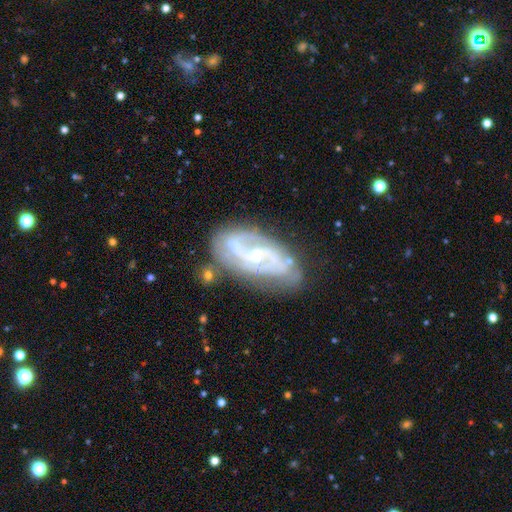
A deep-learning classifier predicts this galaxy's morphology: A featured or disk galaxy (86%) with no bar (47%), 2 (64%) tight (50%) spiral arms (94%) and a small central bulge (50%).

Vote fractions:
- Smooth or featured? featured or disk: 86% / smooth: 8% / star or artifact: 6%
- Edge-on disk? no: 94% / yes: 6%
- Bar? no: 47% / weak: 38% / strong: 15%
- Spiral arms? yes: 94% / no: 6%
- Spiral winding? tight: 50% / medium: 39% / loose: 11%
- Spiral arm count? 2: 64% / can't tell: 16% / 3: 11% / 1: 3% / 4: 3% / more than 4: 3%
- Bulge size? small: 50% / moderate: 45% / large: 2% / none: 2% / dominant: 1%
- Merging? none: 71% / minor disturbance: 19% / major disturbance: 6% / merger: 3%